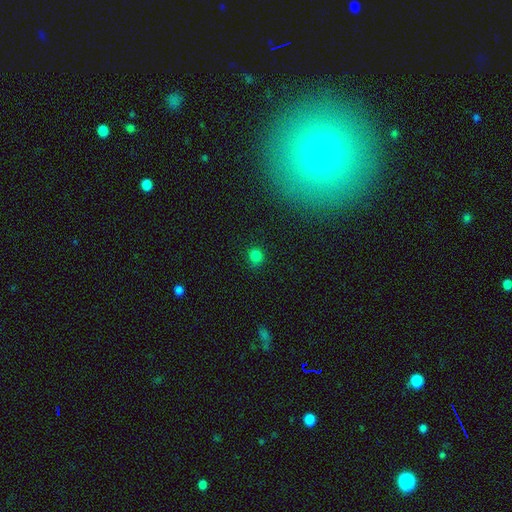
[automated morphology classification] A smooth galaxy with no disk features (81%) that is round (86%).

Vote fractions:
- Smooth or featured? smooth: 81% / star or artifact: 15% / featured or disk: 4%
- How rounded? round: 86% / in between: 13% / cigar-shaped: 1%
- Merging? none: 88% / minor disturbance: 8% / major disturbance: 2% / merger: 2%